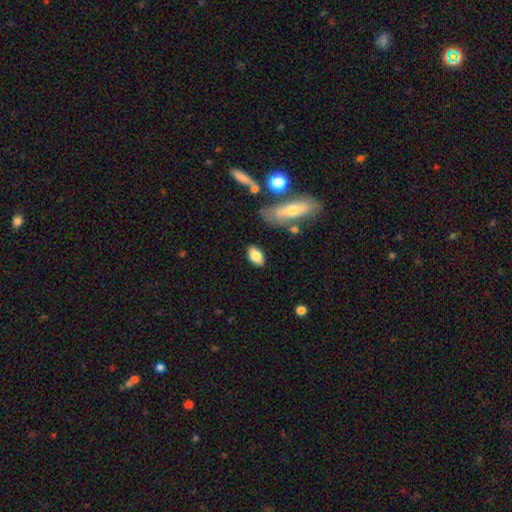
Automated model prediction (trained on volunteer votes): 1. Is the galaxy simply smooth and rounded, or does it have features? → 80% smooth, 13% featured or disk, 7% star or artifact.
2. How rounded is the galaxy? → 90% in between, 5% cigar-shaped, 5% round.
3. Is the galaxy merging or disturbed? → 83% none, 11% minor disturbance, 3% major disturbance, 3% merger.